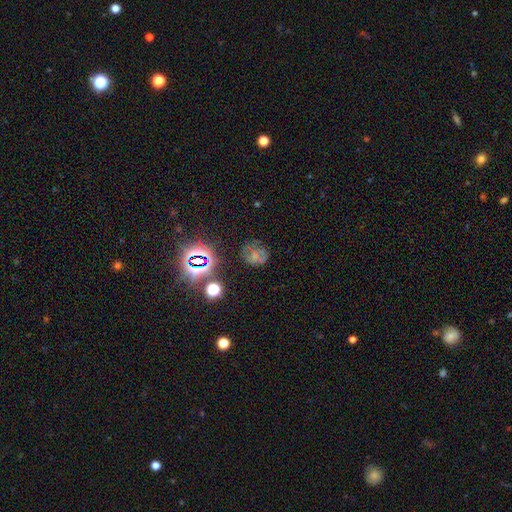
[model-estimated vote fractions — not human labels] Smooth or featured: smooth — 43% (star or artifact — 30%)
Merging: none — 55% (minor disturbance — 23%)